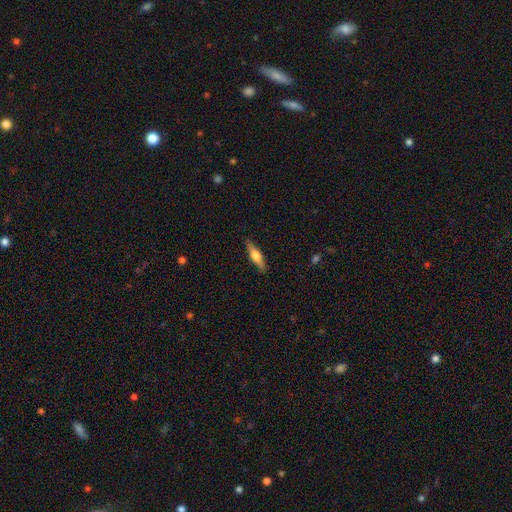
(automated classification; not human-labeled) Q: Smooth or featured?
A: smooth (50%); runner-up: featured or disk (44%)
Q: How rounded?
A: cigar-shaped (73%); runner-up: in between (25%)
Q: Merging?
A: none (88%); runner-up: minor disturbance (9%)